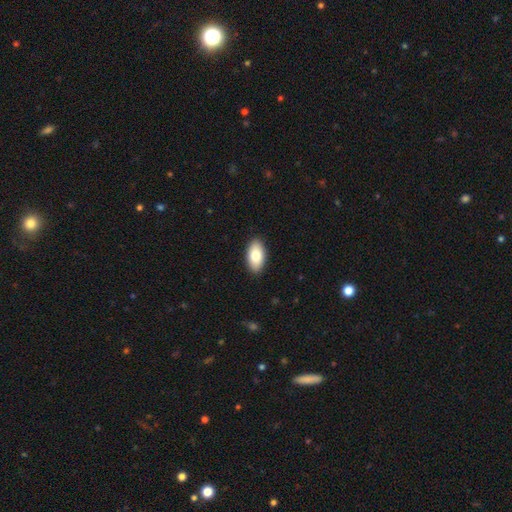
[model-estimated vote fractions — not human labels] Smooth or featured: smooth — 82% (featured or disk — 12%)
How rounded: in between — 94% (round — 3%)
Merging: none — 90% (minor disturbance — 7%)